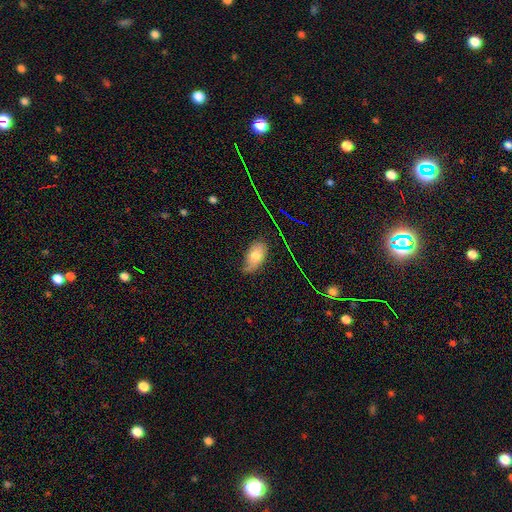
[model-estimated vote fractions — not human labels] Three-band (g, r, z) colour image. It shows a smooth galaxy with no disk features (67%) that is in between round and cigar-shaped (92%). Merging: none (56%).